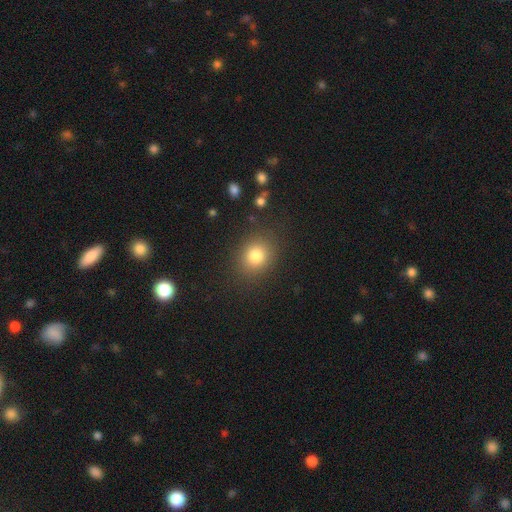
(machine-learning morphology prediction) Overall: smooth (80%). How rounded: round (68%; in between 31%). Merging: none (86%).